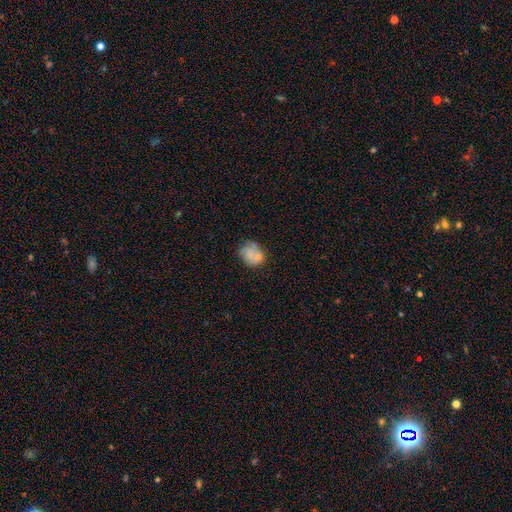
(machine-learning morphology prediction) Smooth or featured? Predicted: smooth (p=0.65). How rounded? Predicted: round (p=0.65). Merging? Predicted: none (p=0.50).